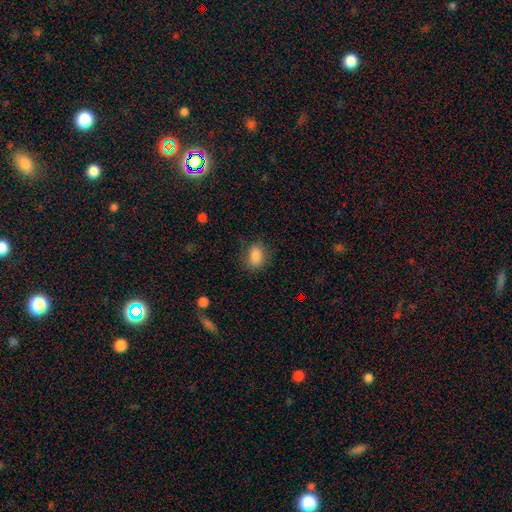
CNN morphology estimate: The model was most divided on "how rounded": in between: 70%, round: 28%, cigar-shaped: 1%. More confident: smooth or featured — smooth (85%); merging — none (77%).